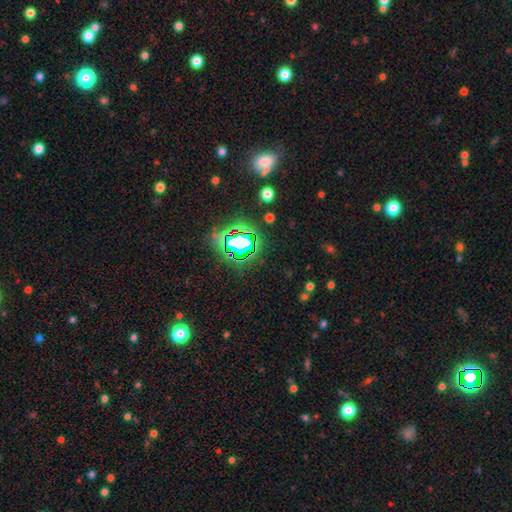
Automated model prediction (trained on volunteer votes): smooth-or-featured: star or artifact: 80% | smooth: 12% | featured or disk: 8%